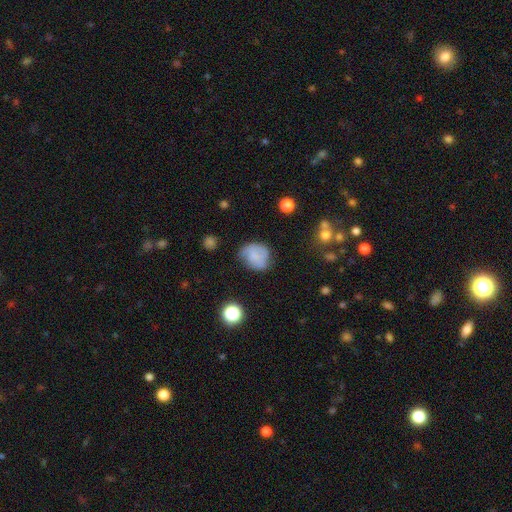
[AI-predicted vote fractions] smooth_or_featured: smooth (p=0.65) [alt: featured or disk p=0.25]
how_rounded: round (p=0.67) [alt: in between p=0.32]
merging: none (p=0.57) [alt: minor disturbance p=0.29]